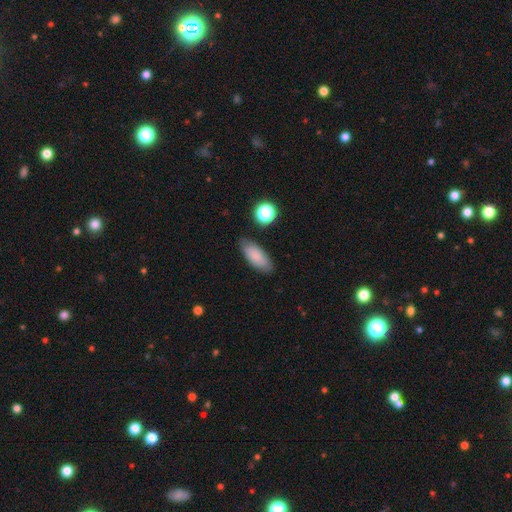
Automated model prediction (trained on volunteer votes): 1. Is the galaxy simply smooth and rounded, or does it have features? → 83% smooth, 10% featured or disk, 8% star or artifact.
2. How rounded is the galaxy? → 82% in between, 16% cigar-shaped, 3% round.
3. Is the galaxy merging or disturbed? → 80% none, 14% minor disturbance, 3% major disturbance, 3% merger.